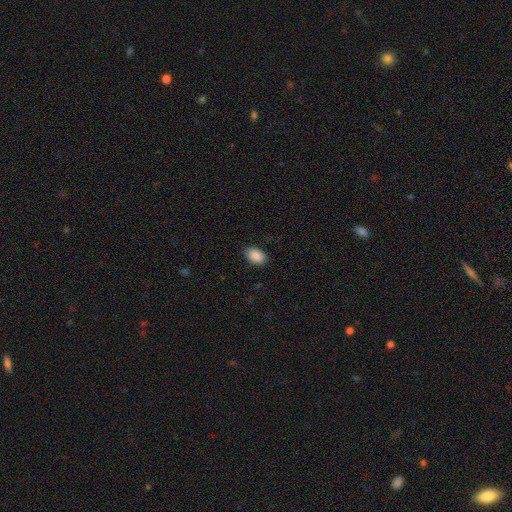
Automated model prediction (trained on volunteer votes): smooth-or-featured: smooth: 90% | star or artifact: 7% | featured or disk: 3%
  how-rounded: in between: 91% | round: 8% | cigar-shaped: 1%
  merging: none: 87% | minor disturbance: 10% | major disturbance: 2% | merger: 1%